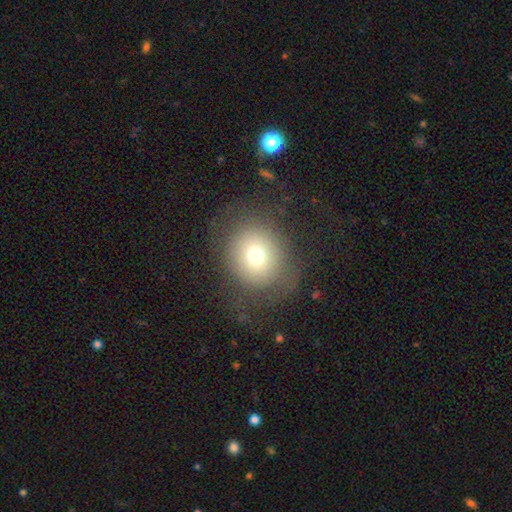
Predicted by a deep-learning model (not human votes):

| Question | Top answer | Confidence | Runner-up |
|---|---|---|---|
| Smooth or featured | smooth | 70% | featured or disk (16%) |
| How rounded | round | 79% | in between (20%) |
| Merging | none | 72% | minor disturbance (15%) |